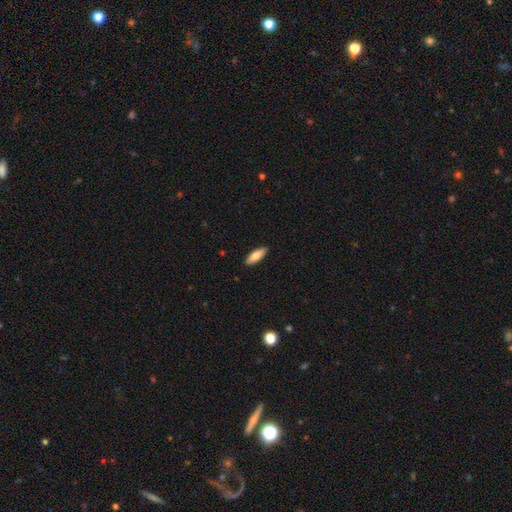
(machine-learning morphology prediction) Smooth or featured? Predicted: smooth (p=0.78). How rounded? Predicted: in between (p=0.60). Merging? Predicted: none (p=0.90).